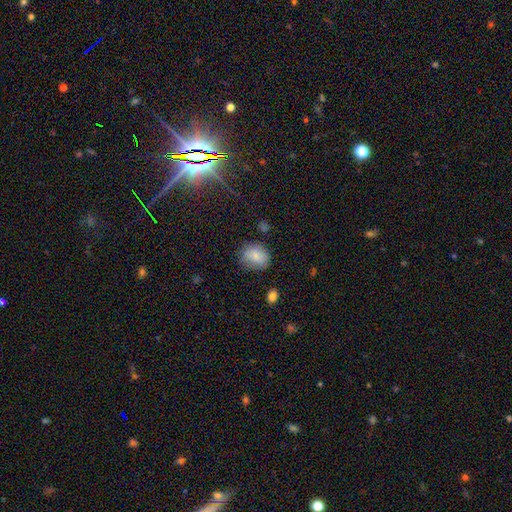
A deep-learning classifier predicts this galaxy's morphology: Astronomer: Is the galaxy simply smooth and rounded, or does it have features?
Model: smooth — 79%.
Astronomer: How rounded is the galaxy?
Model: round — 54% (runner-up: in between, 44%).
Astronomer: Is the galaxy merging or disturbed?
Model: none — 68%.